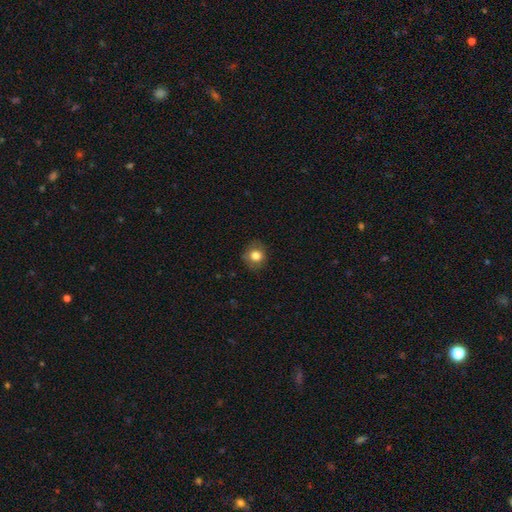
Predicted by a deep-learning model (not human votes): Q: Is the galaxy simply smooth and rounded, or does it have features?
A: smooth — 80%.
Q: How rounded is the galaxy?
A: round — 80%.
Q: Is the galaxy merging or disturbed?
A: none — 82%.